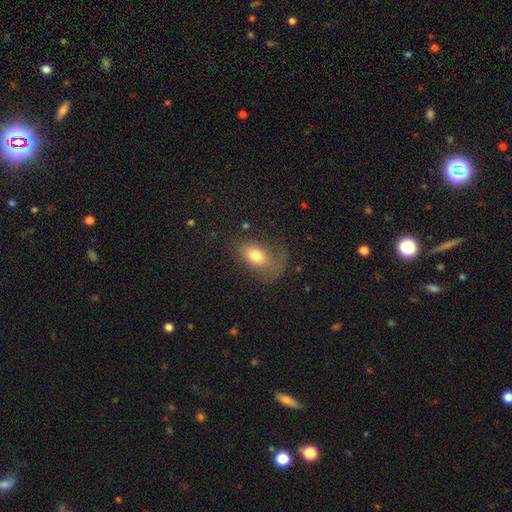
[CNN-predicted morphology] Q: Smooth or featured?
A: smooth (72%); runner-up: featured or disk (18%)
Q: How rounded?
A: in between (86%); runner-up: round (11%)
Q: Merging?
A: none (41%); runner-up: major disturbance (31%)